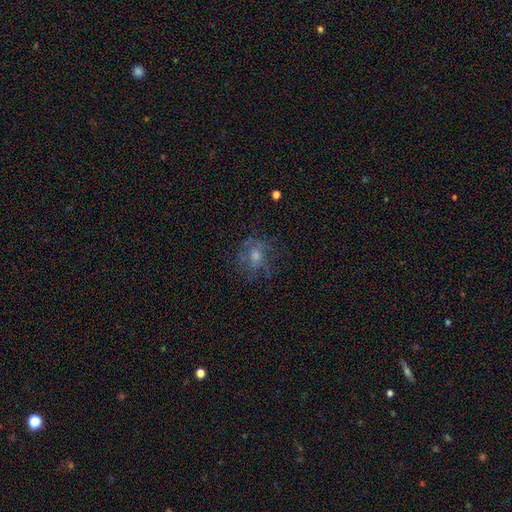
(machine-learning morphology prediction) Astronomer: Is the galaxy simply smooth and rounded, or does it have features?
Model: featured or disk — 47% (runner-up: smooth, 31%).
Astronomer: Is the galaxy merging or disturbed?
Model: none — 66%.